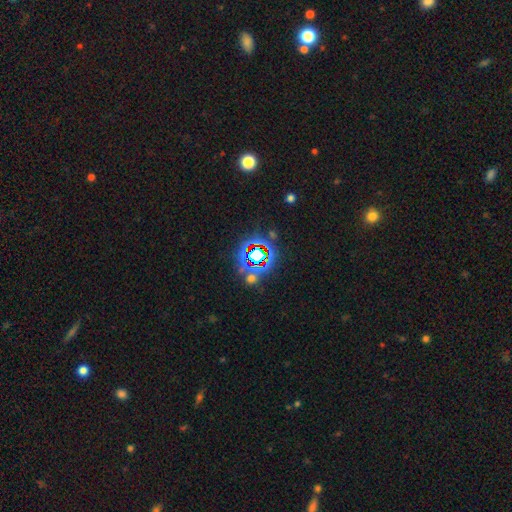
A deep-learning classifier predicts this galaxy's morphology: Smooth or featured? Predicted: star or artifact (p=0.72).